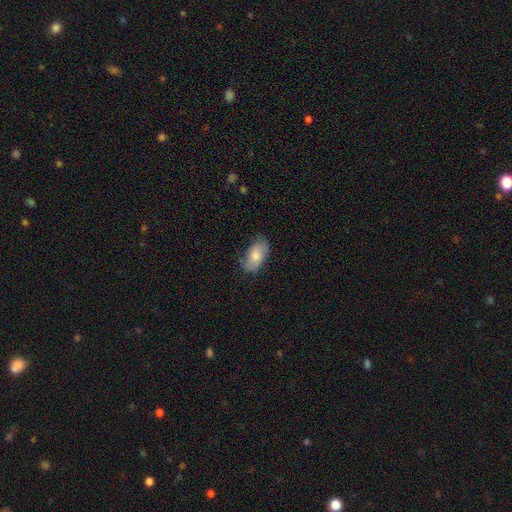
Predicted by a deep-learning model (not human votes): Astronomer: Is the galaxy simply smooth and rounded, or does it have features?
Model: smooth — 73%.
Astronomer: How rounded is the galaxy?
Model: in between — 93%.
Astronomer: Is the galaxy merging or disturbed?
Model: none — 68%.